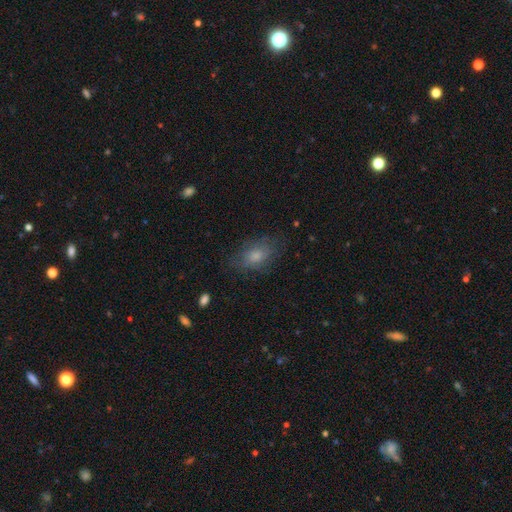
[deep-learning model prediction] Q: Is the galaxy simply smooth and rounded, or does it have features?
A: smooth — 62%.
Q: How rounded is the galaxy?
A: in between — 82%.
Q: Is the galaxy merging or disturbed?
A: none — 75%.